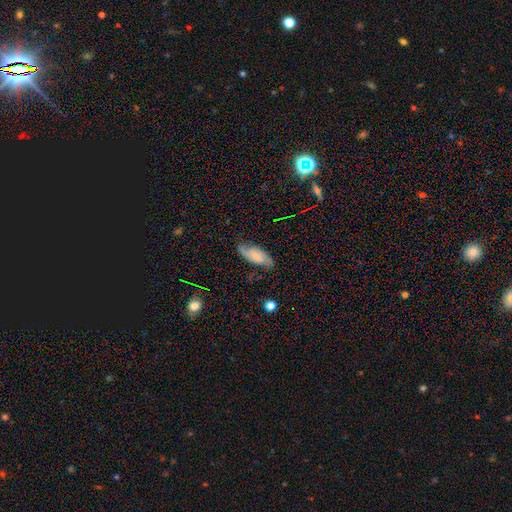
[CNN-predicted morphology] A featured or disk galaxy (52%). Merging: none (74%).